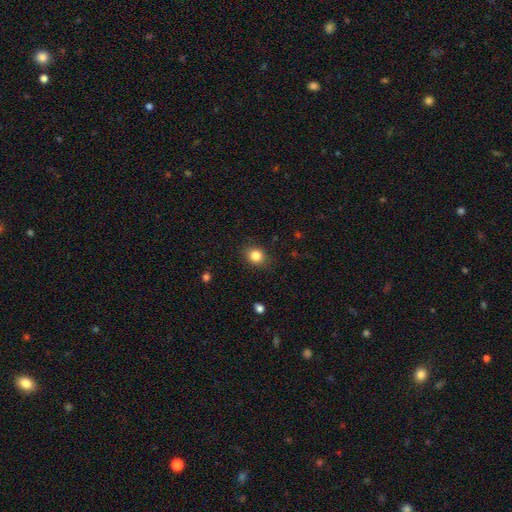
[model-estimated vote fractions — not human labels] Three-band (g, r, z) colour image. It shows a smooth galaxy with no disk features (84%) that is round (63%). Merging: none (86%).